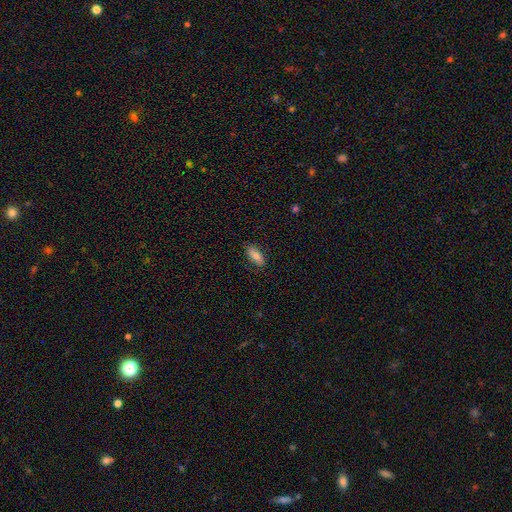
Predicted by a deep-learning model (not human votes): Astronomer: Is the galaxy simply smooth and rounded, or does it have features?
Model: smooth — 78%.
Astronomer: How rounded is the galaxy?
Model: in between — 81%.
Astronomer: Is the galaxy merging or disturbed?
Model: none — 85%.